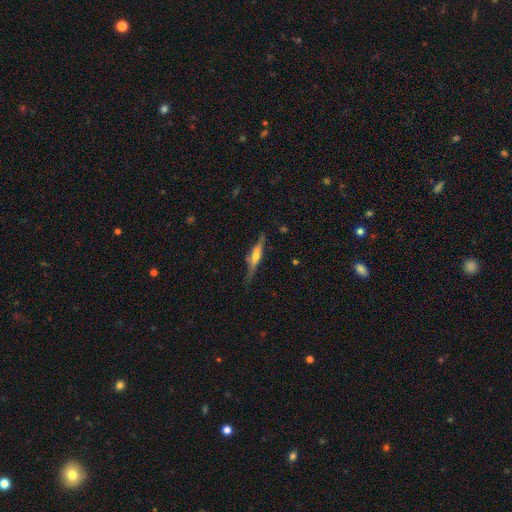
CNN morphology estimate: Smooth or featured? featured or disk (67%)
Edge-on disk? yes (95%)
Edge-on bulge? rounded (76%)
Merging? none (77%)